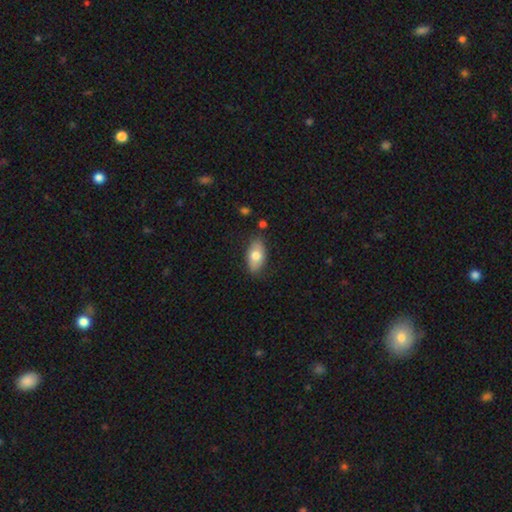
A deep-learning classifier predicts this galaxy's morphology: Overall: smooth (74%). How rounded: in between (92%). Merging: none (79%).